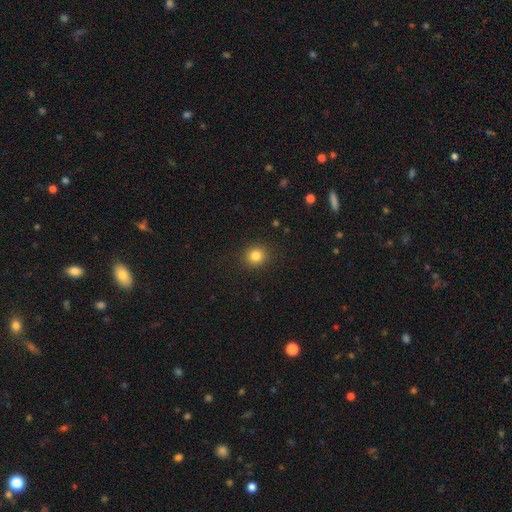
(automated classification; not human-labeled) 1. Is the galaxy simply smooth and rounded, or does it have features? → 83% smooth, 12% star or artifact, 5% featured or disk.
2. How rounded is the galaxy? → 88% round, 11% in between, 1% cigar-shaped.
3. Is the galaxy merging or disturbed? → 90% none, 7% minor disturbance, 2% major disturbance, 1% merger.